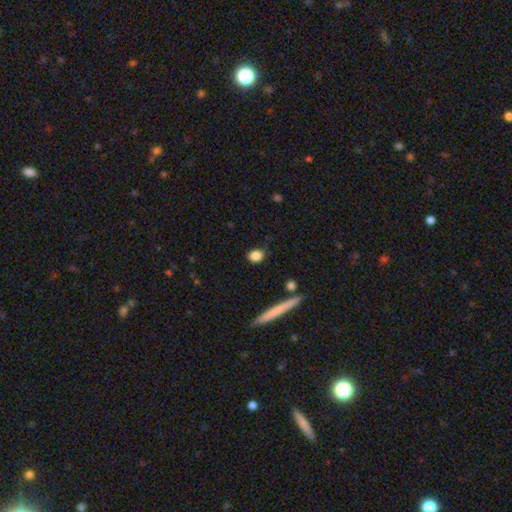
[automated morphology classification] Smooth or featured?
  - smooth: 84% *
  - star or artifact: 9%
  - featured or disk: 7%
How rounded?
  - round: 61% *
  - in between: 32%
  - cigar-shaped: 6%
Merging?
  - none: 81% *
  - minor disturbance: 13%
  - major disturbance: 3%
  - merger: 3%